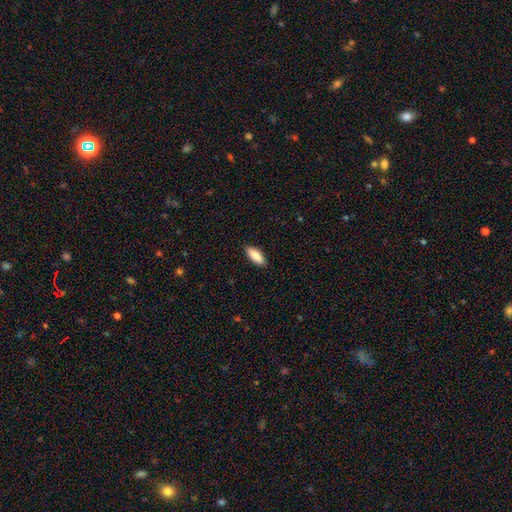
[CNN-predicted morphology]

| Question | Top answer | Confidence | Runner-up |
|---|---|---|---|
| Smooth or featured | smooth | 88% | featured or disk (7%) |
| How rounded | in between | 73% | cigar-shaped (25%) |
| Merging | none | 90% | minor disturbance (8%) |